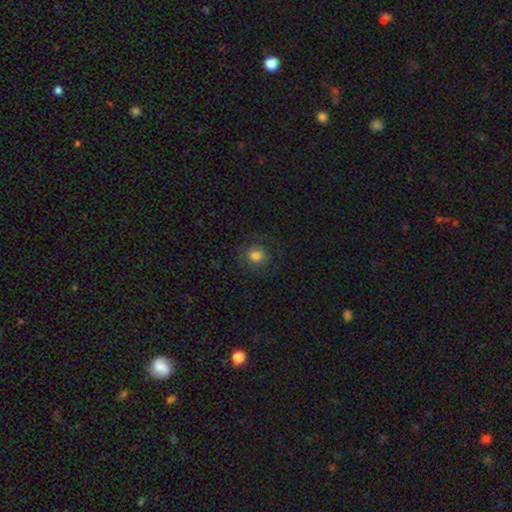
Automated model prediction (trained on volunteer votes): smooth 76%, featured or disk 14%, star or artifact 10%. Down the decision tree: how rounded — round (89%); merging — none (78%).